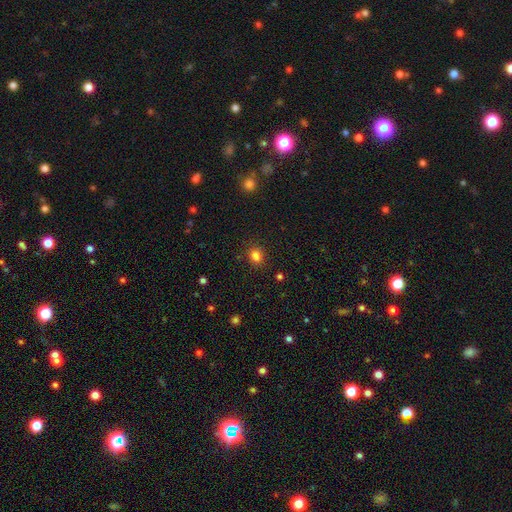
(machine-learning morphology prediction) A smooth galaxy with no disk features (81%) that is round (56%). Merging: none (82%).